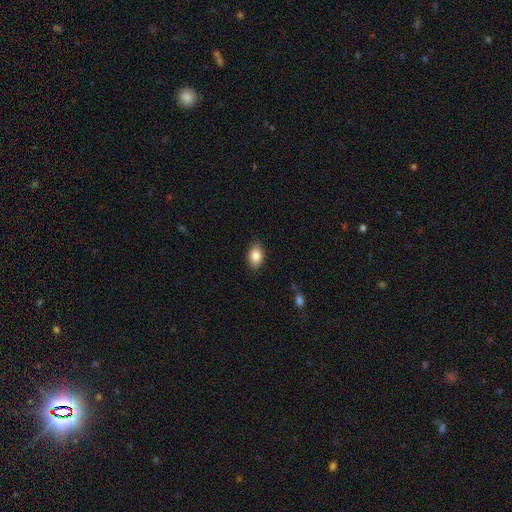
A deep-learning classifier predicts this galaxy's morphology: Q: Smooth or featured?
A: smooth (86%); runner-up: star or artifact (8%)
Q: How rounded?
A: in between (87%); runner-up: round (11%)
Q: Merging?
A: none (86%); runner-up: minor disturbance (11%)